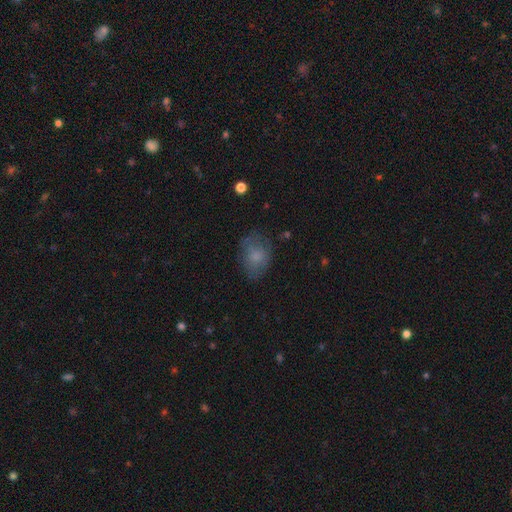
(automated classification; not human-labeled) smooth_or_featured: smooth (p=0.69) [alt: featured or disk p=0.21]
how_rounded: in between (p=0.73) [alt: round p=0.26]
merging: none (p=0.63) [alt: minor disturbance p=0.24]